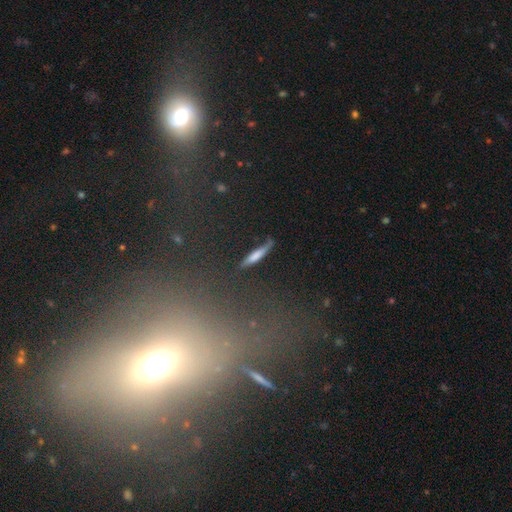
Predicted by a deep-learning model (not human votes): Smooth or featured? Predicted: smooth (p=0.63). How rounded? Predicted: cigar-shaped (p=0.90). Merging? Predicted: none (p=0.75).